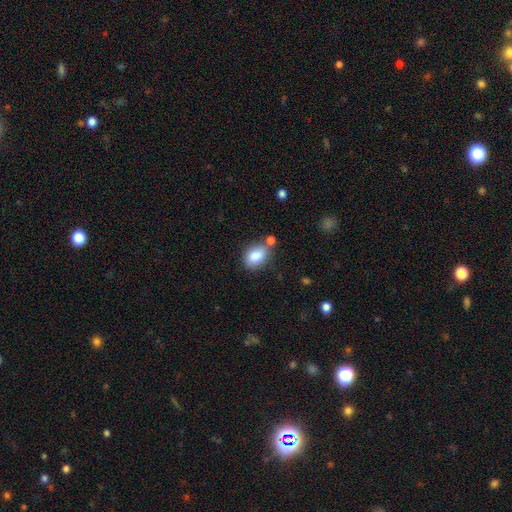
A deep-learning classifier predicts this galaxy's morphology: A smooth galaxy with no disk features (85%) that is in between round and cigar-shaped (83%). Merging: none (65%).